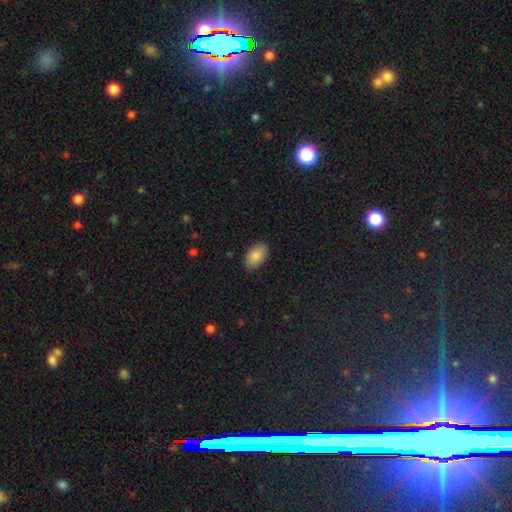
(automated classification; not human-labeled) smooth-or-featured: smooth: 88% | star or artifact: 7% | featured or disk: 5%
  how-rounded: in between: 94% | round: 5% | cigar-shaped: 1%
  merging: none: 86% | minor disturbance: 10% | major disturbance: 2% | merger: 1%